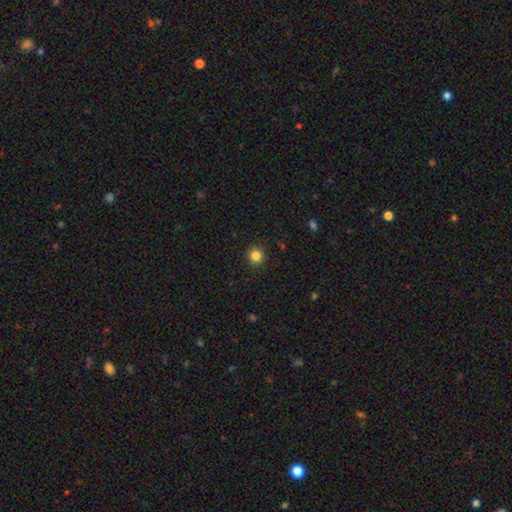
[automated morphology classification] smooth 84%, star or artifact 12%, featured or disk 5%. Down the decision tree: how rounded — round (94%); merging — none (92%).